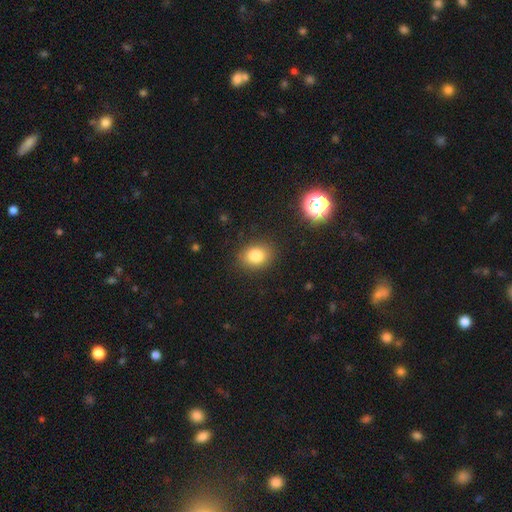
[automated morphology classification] Smooth or featured? smooth (81%)
How rounded? round (50%)
Merging? none (86%)